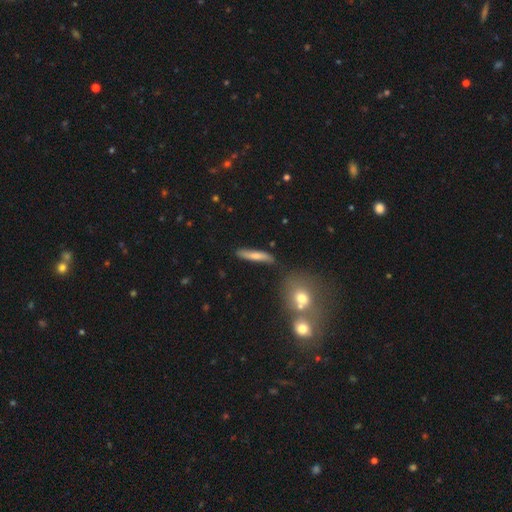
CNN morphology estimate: Smooth or featured: smooth — 64% (featured or disk — 29%)
How rounded: cigar-shaped — 89% (in between — 8%)
Merging: none — 79% (minor disturbance — 14%)